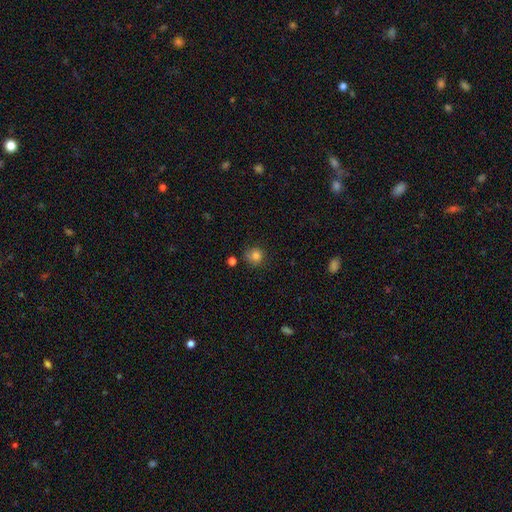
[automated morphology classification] A smooth galaxy with no disk features (82%) that is round (87%).

Vote fractions:
- Smooth or featured? smooth: 82% / star or artifact: 11% / featured or disk: 7%
- How rounded? round: 87% / in between: 12% / cigar-shaped: 1%
- Merging? none: 69% / minor disturbance: 20% / merger: 6% / major disturbance: 5%